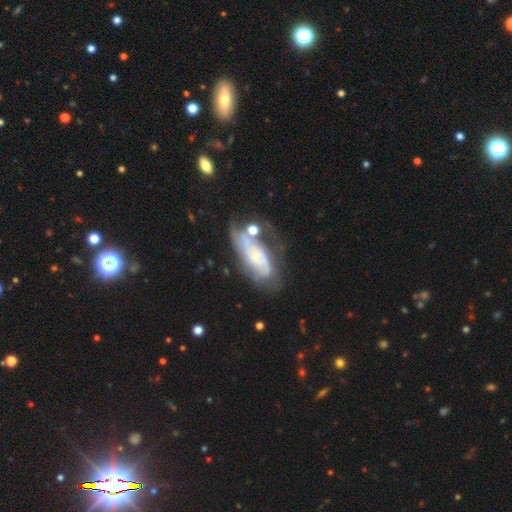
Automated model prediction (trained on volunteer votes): smooth_or_featured: featured or disk (p=0.74) [alt: smooth p=0.19]
disk_edge_on: no (p=0.90) [alt: yes p=0.10]
bar: no (p=0.67) [alt: weak p=0.25]
has_spiral_arms: yes (p=0.83) [alt: no p=0.17]
spiral_winding: tight (p=0.44) [alt: medium p=0.37]
spiral_arm_count: can't tell (p=0.40) [alt: 2 p=0.38]
bulge_size: small (p=0.69) [alt: moderate p=0.21]
merging: none (p=0.41) [alt: minor disturbance p=0.23]